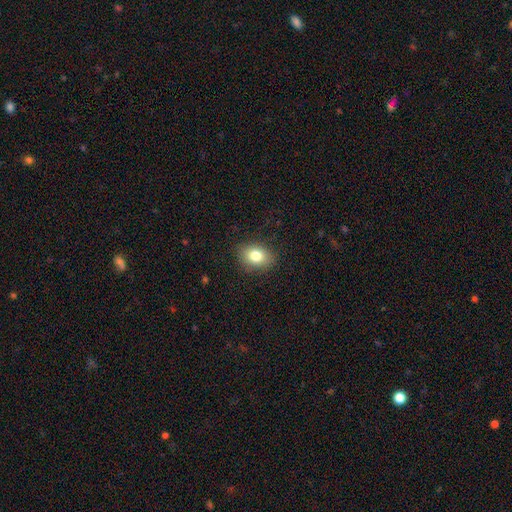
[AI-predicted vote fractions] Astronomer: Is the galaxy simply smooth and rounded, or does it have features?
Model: smooth — 80%.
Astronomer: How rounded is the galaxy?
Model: in between — 65%.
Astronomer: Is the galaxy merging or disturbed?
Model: none — 86%.